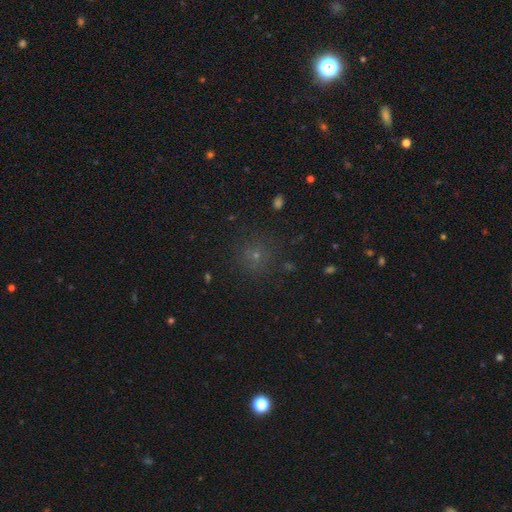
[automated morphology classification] smooth-or-featured: smooth: 57% | star or artifact: 34% | featured or disk: 9%
  how-rounded: round: 93% | in between: 6% | cigar-shaped: 1%
  merging: none: 85% | minor disturbance: 9% | major disturbance: 4% | merger: 2%